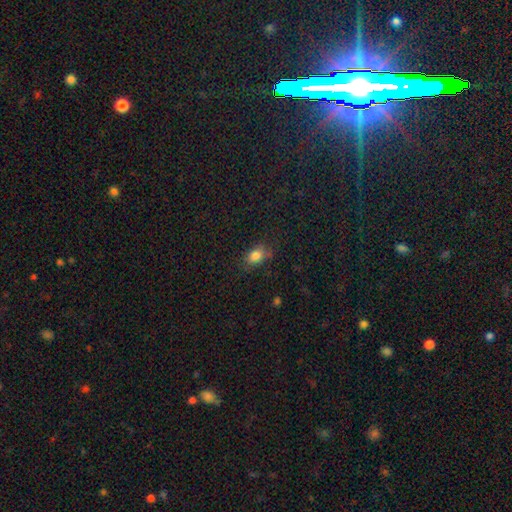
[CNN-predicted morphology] smooth-or-featured: smooth: 82% | star or artifact: 11% | featured or disk: 7%
  how-rounded: in between: 72% | round: 26% | cigar-shaped: 2%
  merging: none: 74% | minor disturbance: 19% | major disturbance: 6% | merger: 2%